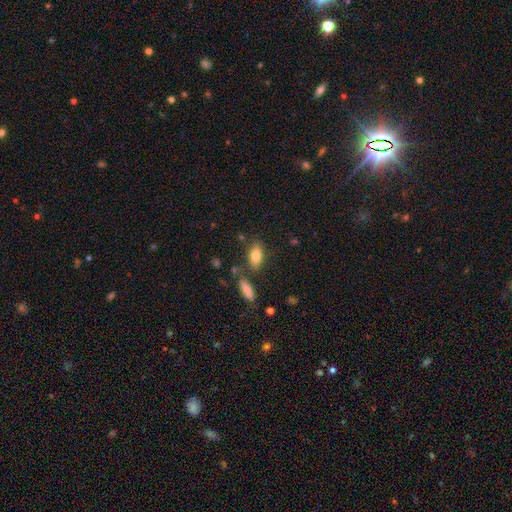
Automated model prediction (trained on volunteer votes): Smooth or featured?
  - smooth: 81% *
  - featured or disk: 12%
  - star or artifact: 8%
How rounded?
  - in between: 87% *
  - cigar-shaped: 8%
  - round: 4%
Merging?
  - none: 73% *
  - minor disturbance: 13%
  - merger: 10%
  - major disturbance: 4%